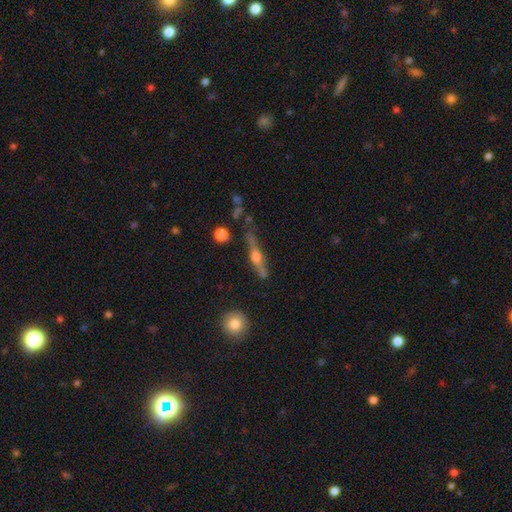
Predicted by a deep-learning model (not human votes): Overall: featured or disk (68%). Edge-on disk: yes (94%). Edge-on bulge: rounded (89%). Merging: none (71%).